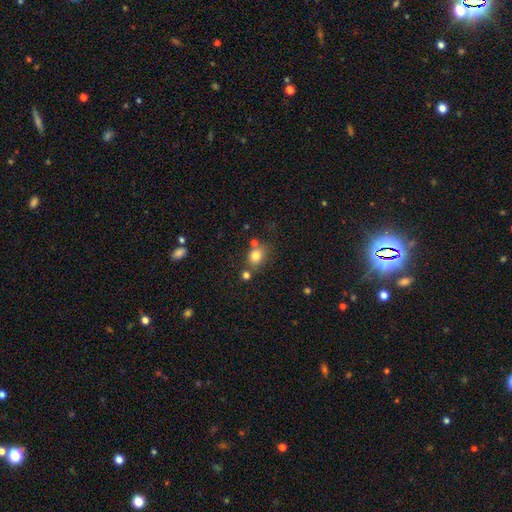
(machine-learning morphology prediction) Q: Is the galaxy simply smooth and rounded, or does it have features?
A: smooth — 80%.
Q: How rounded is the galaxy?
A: round — 56%.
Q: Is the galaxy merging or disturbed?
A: none — 64%.